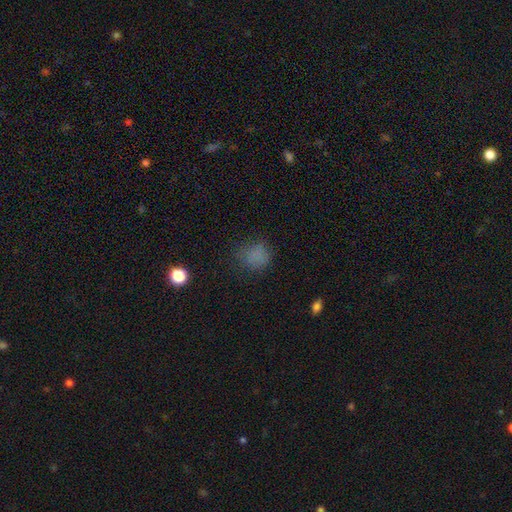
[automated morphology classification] The model was most divided on "how rounded": round: 72%, in between: 27%, cigar-shaped: 1%. More confident: smooth or featured — smooth (74%); merging — none (69%).